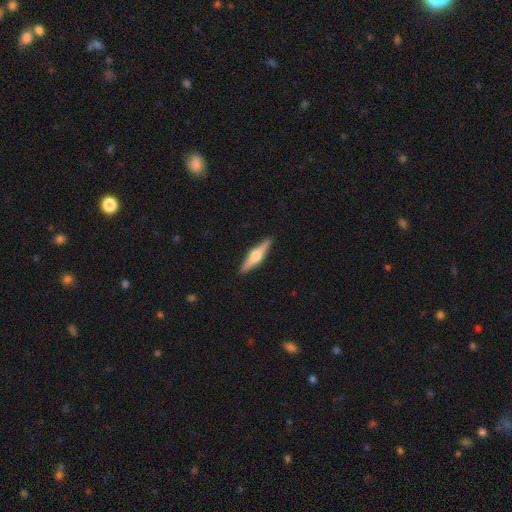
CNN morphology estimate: Q: Smooth or featured?
A: featured or disk (68%); runner-up: smooth (27%)
Q: Edge-on disk?
A: yes (97%); runner-up: no (3%)
Q: Edge-on bulge?
A: rounded (94%); runner-up: boxy (4%)
Q: Merging?
A: none (91%); runner-up: minor disturbance (6%)